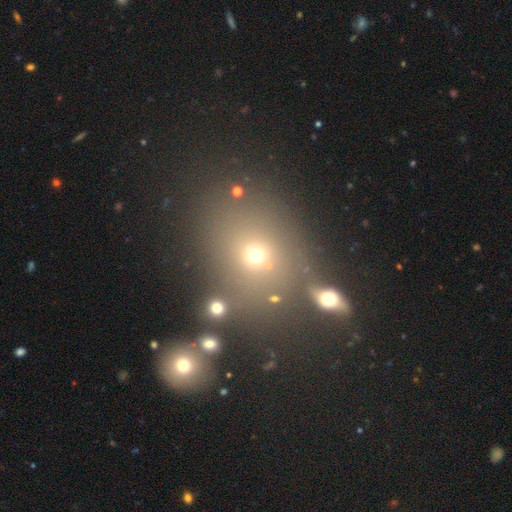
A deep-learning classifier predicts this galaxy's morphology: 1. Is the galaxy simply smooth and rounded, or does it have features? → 60% smooth, 25% star or artifact, 15% featured or disk.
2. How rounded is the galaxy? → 61% round, 37% in between, 2% cigar-shaped.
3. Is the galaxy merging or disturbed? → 67% none, 15% merger, 12% minor disturbance, 6% major disturbance.